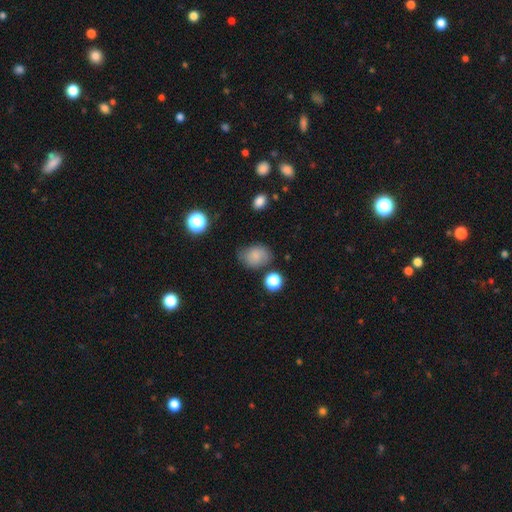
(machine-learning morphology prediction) Q: Smooth or featured?
A: smooth (81%); runner-up: star or artifact (10%)
Q: How rounded?
A: in between (73%); runner-up: round (26%)
Q: Merging?
A: none (68%); runner-up: minor disturbance (22%)